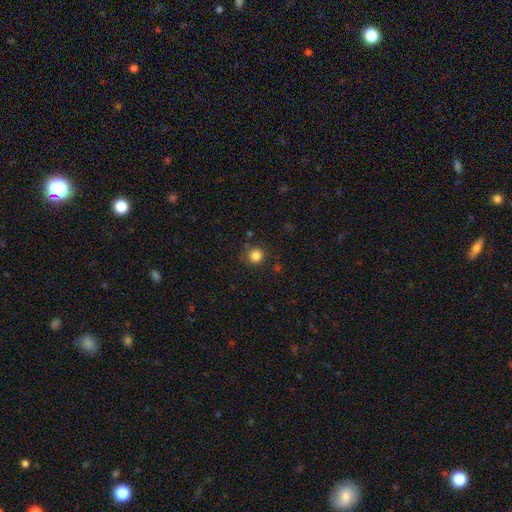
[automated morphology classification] Overall: smooth (84%). How rounded: round (94%). Merging: none (84%).